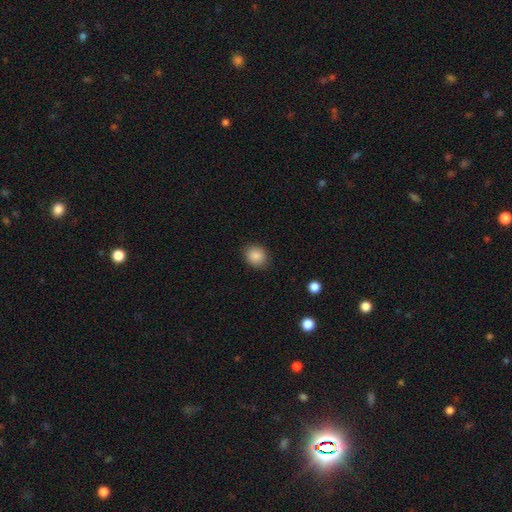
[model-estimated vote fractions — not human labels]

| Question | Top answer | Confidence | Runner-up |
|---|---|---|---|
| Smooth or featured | smooth | 87% | star or artifact (9%) |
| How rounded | round | 65% | in between (34%) |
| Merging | none | 86% | minor disturbance (10%) |